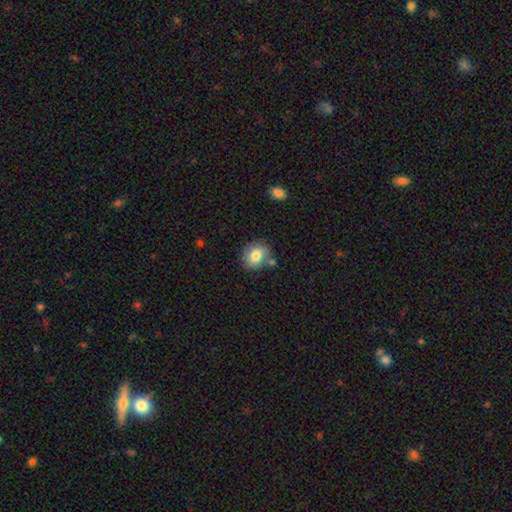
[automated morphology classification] smooth-or-featured: smooth: 80% | featured or disk: 11% | star or artifact: 9%
  how-rounded: round: 68% | in between: 31% | cigar-shaped: 1%
  merging: none: 74% | minor disturbance: 14% | merger: 9% | major disturbance: 3%